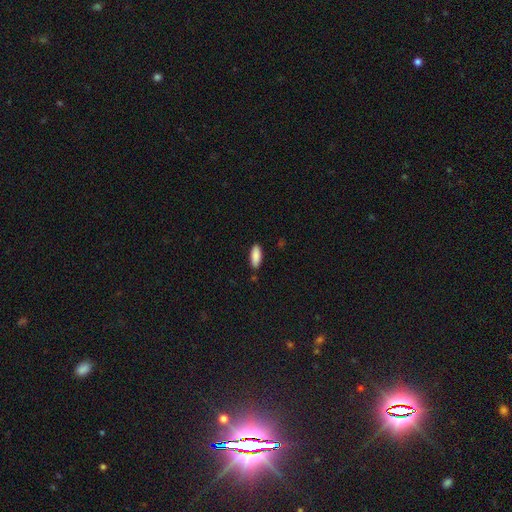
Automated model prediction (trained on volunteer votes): Overall: smooth (89%). How rounded: in between (78%). Merging: none (87%).